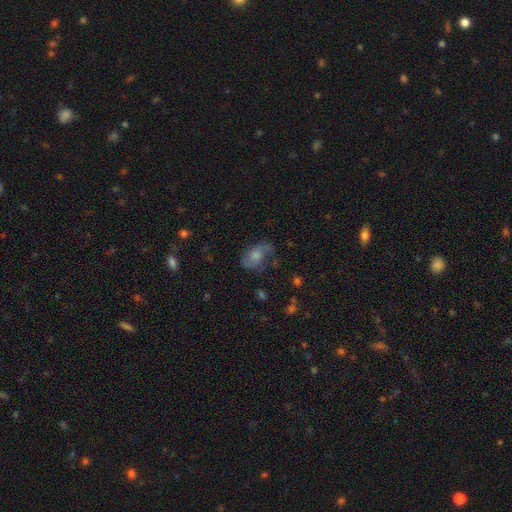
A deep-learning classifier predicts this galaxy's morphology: Smooth or featured? Predicted: featured or disk (p=0.47). Merging? Predicted: none (p=0.50).